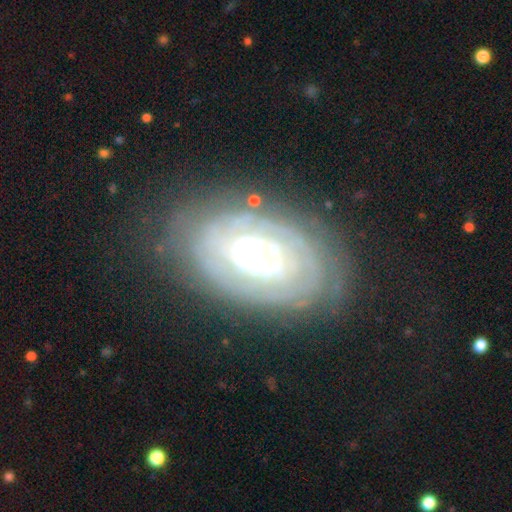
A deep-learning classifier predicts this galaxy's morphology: The model was most divided on "spiral arm count": can't tell: 52%, 2: 16%, 3: 10%, more than 4: 9%, 4: 8%, 1: 5%. More confident: edge-on disk — no (94%); spiral arms — yes (84%); spiral winding — tight (83%); smooth or featured — featured or disk (80%); merging — none (76%); bar — no (68%); bulge size — moderate (66%).